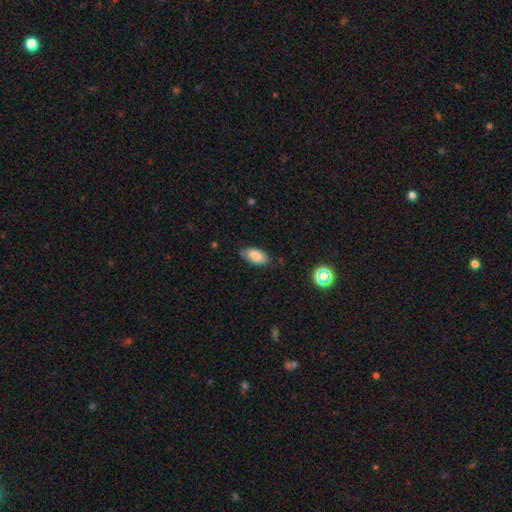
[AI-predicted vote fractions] Smooth or featured? smooth (84%)
How rounded? in between (93%)
Merging? none (77%)